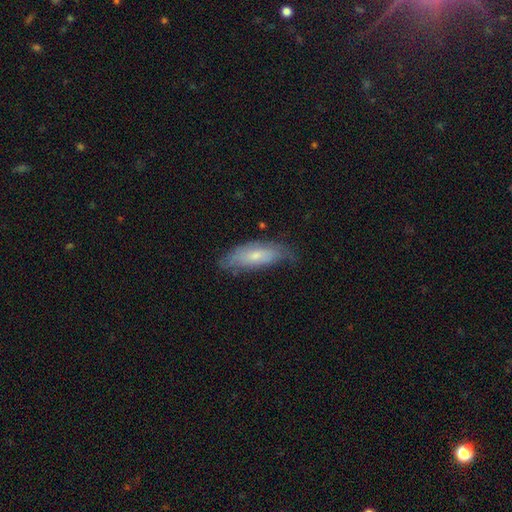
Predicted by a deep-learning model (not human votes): smooth_or_featured: smooth (p=0.56) [alt: featured or disk p=0.38]
how_rounded: in between (p=0.63) [alt: cigar-shaped p=0.35]
merging: none (p=0.60) [alt: minor disturbance p=0.30]